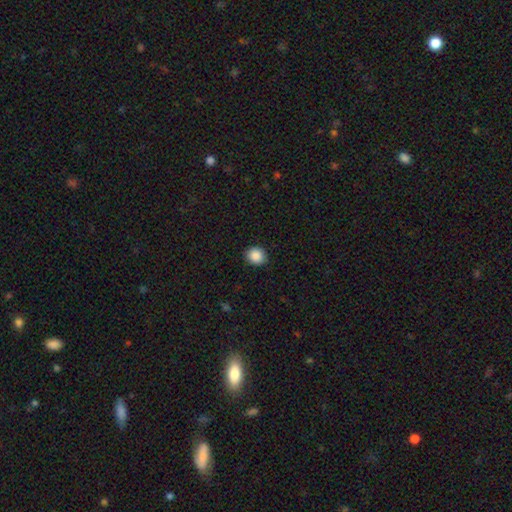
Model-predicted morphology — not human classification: smooth 88%, star or artifact 9%, featured or disk 3%. Down the decision tree: how rounded — round (74%); merging — none (89%).